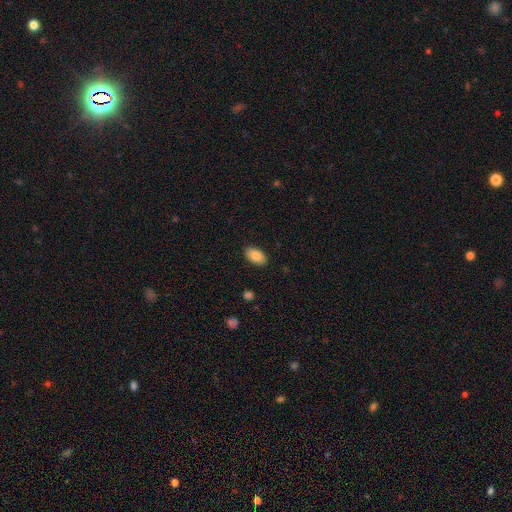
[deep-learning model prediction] Smooth or featured?
  - smooth: 86% *
  - featured or disk: 7%
  - star or artifact: 7%
How rounded?
  - in between: 94% *
  - round: 4%
  - cigar-shaped: 2%
Merging?
  - none: 89% *
  - minor disturbance: 8%
  - major disturbance: 2%
  - merger: 1%